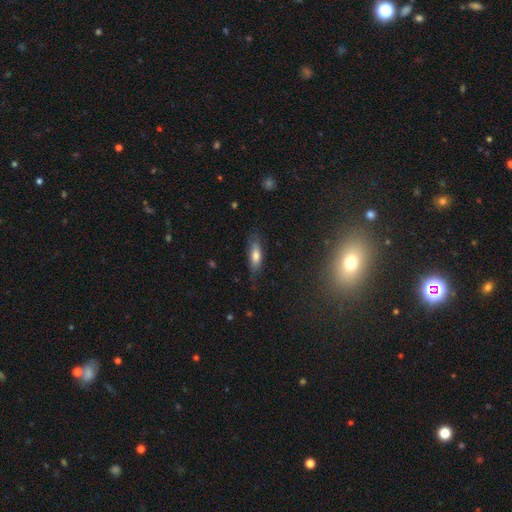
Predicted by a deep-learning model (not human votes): A smooth galaxy with no disk features (70%) that is in between round and cigar-shaped (54%). Merging: none (74%).